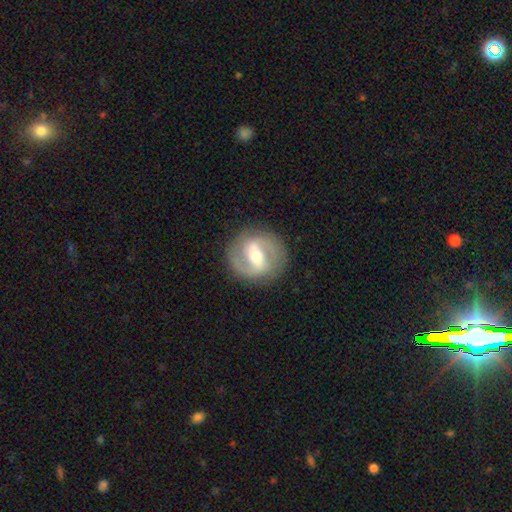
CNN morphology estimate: Overall: featured or disk (81%). Edge-on disk: no (96%). Bar: strong (51%; weak 38%). Spiral arms: yes (85%). Spiral arm count: 2 (89%). Spiral winding: medium (50%; tight 30%). Bulge size: moderate (68%). Merging: none (86%).